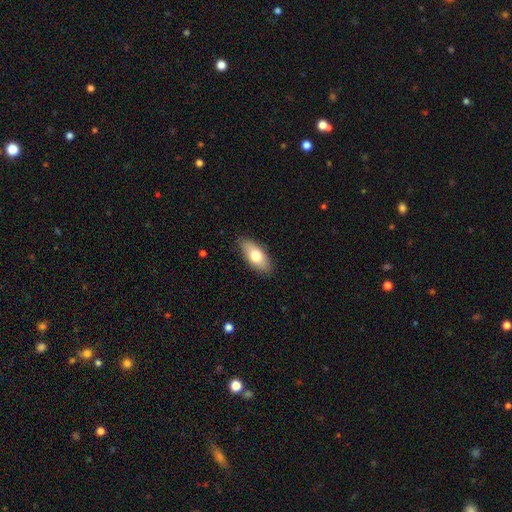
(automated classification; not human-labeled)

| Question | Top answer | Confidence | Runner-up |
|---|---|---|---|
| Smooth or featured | smooth | 73% | featured or disk (21%) |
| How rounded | in between | 86% | cigar-shaped (11%) |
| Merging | none | 87% | minor disturbance (10%) |